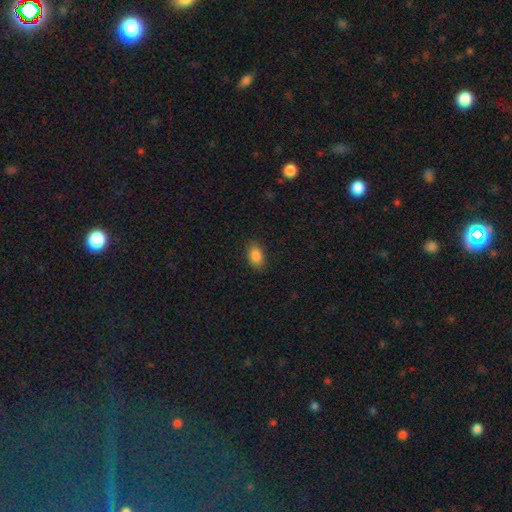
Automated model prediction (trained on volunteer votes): This appears to be a smooth galaxy with no disk features (87%) that is in between round and cigar-shaped (87%). Merging: none (88%).